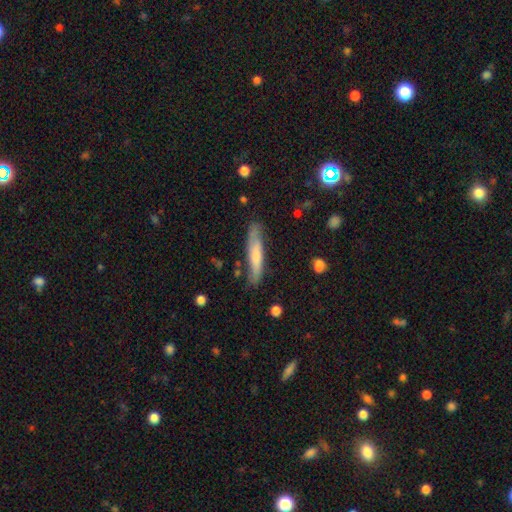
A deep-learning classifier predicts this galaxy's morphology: A smooth galaxy with no disk features (57%) that is cigar-shaped (88%). Merging: none (80%).